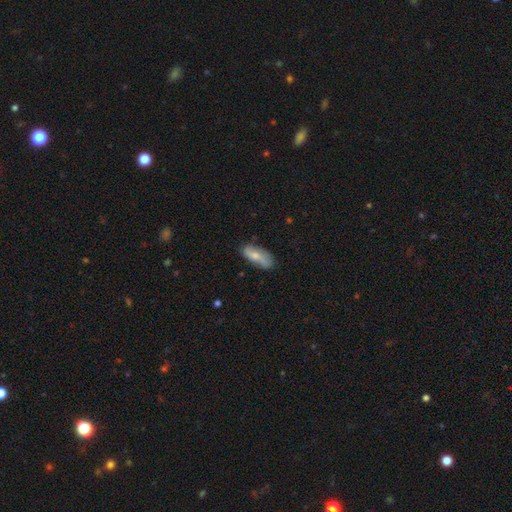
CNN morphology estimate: smooth_or_featured: smooth (p=0.67) [alt: featured or disk p=0.27]
how_rounded: in between (p=0.79) [alt: cigar-shaped p=0.19]
merging: none (p=0.69) [alt: minor disturbance p=0.24]